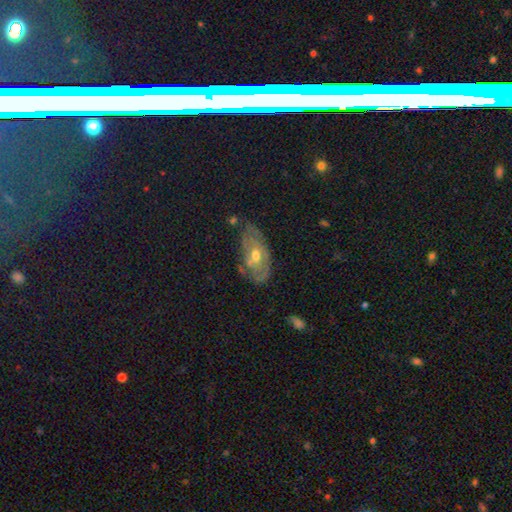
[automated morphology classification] Overall: featured or disk (64%; smooth 29%). Edge-on disk: no (88%). Bar: no (75%). Spiral arms: yes (56%; no 44%). Bulge size: moderate (75%). Merging: none (58%; minor disturbance 28%).